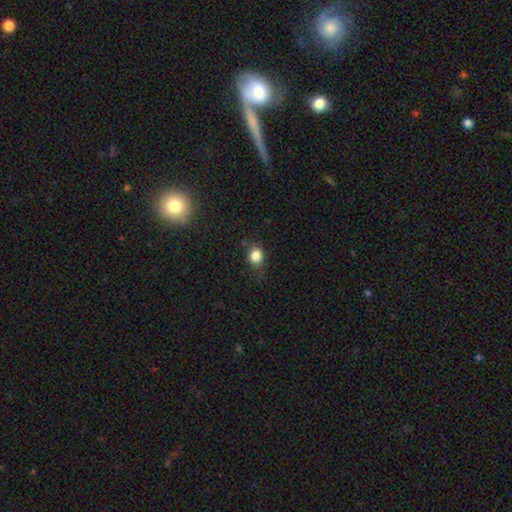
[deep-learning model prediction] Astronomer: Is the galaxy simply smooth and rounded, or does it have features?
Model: smooth — 83%.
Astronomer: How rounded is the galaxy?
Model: round — 65%.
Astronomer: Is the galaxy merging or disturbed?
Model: none — 68%.